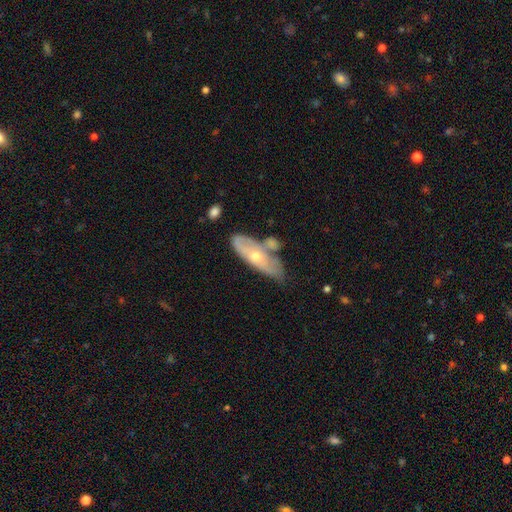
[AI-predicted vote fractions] This appears to be a featured or disk galaxy (56%). Merging: none (46%).